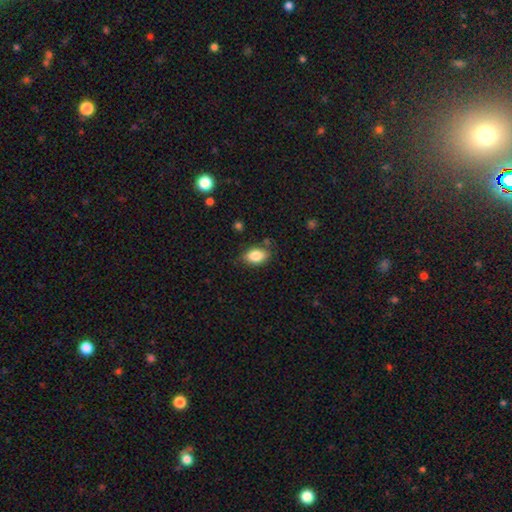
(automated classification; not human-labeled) smooth 85%, star or artifact 8%, featured or disk 7%. Down the decision tree: how rounded — in between (85%); merging — none (78%).